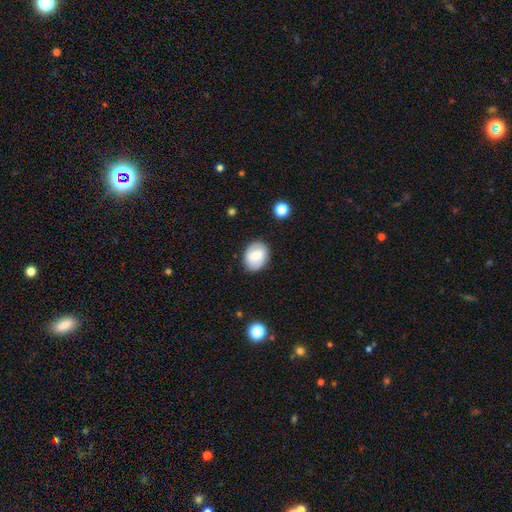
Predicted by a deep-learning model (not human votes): smooth 70%, featured or disk 23%, star or artifact 7%. Down the decision tree: how rounded — in between (61%); merging — none (85%).